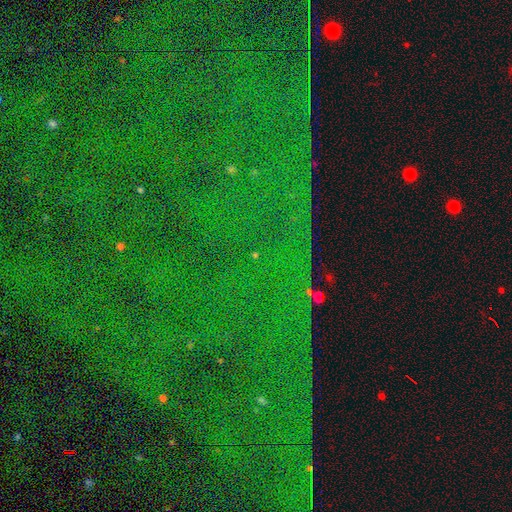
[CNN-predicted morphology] This appears to be a star or artifact, not a galaxy (85%).